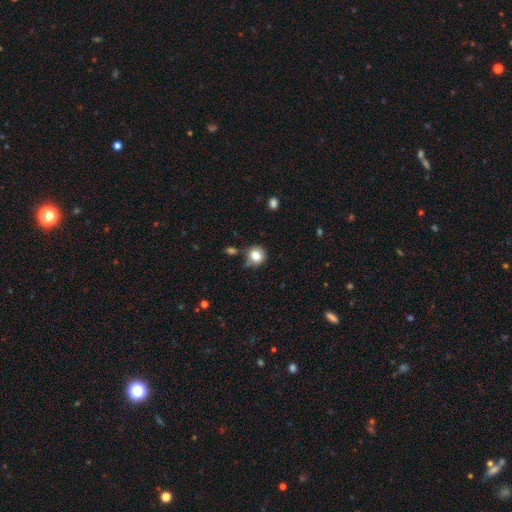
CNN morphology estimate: smooth 80%, star or artifact 11%, featured or disk 9%. Down the decision tree: how rounded — round (90%); merging — none (73%).